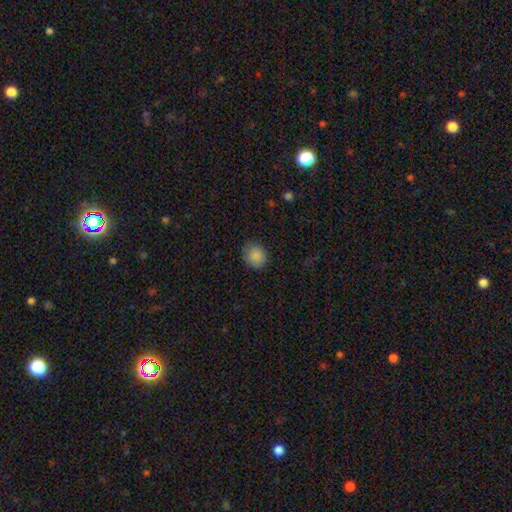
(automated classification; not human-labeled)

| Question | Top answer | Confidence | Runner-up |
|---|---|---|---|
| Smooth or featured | smooth | 87% | star or artifact (9%) |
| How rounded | round | 76% | in between (23%) |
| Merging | none | 81% | minor disturbance (15%) |